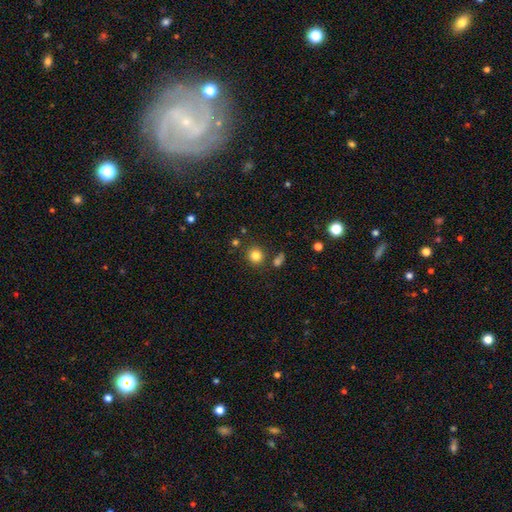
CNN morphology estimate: Q: Smooth or featured?
A: smooth (82%); runner-up: star or artifact (13%)
Q: How rounded?
A: round (88%); runner-up: in between (11%)
Q: Merging?
A: none (81%); runner-up: minor disturbance (9%)